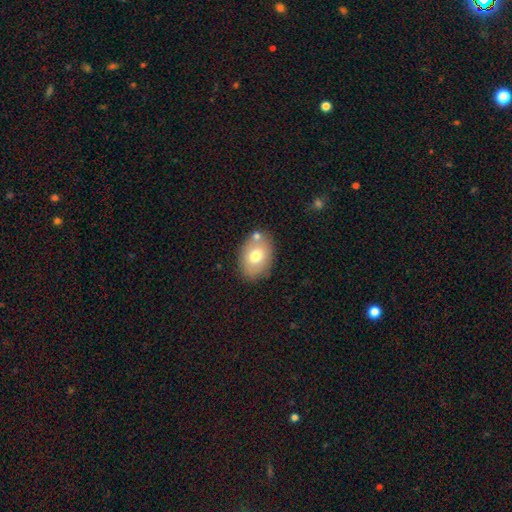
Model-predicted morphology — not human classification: smooth-or-featured: smooth: 72% | featured or disk: 19% | star or artifact: 9%
  how-rounded: in between: 78% | round: 21% | cigar-shaped: 1%
  merging: none: 74% | minor disturbance: 13% | merger: 10% | major disturbance: 3%